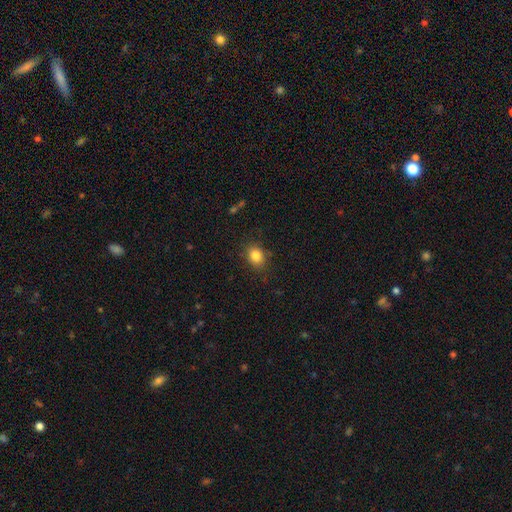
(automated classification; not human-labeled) This appears to be a smooth galaxy with no disk features (84%) that is in between round and cigar-shaped (54%). Merging: none (83%).